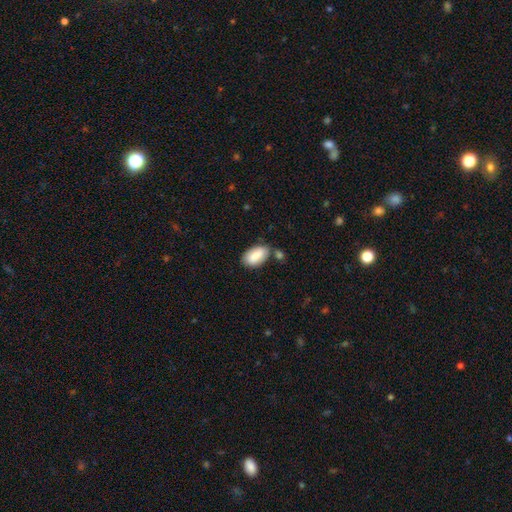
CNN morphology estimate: Smooth or featured?
  - smooth: 84% *
  - featured or disk: 10%
  - star or artifact: 6%
How rounded?
  - in between: 94% *
  - round: 3%
  - cigar-shaped: 2%
Merging?
  - none: 63% *
  - minor disturbance: 19%
  - merger: 13%
  - major disturbance: 5%